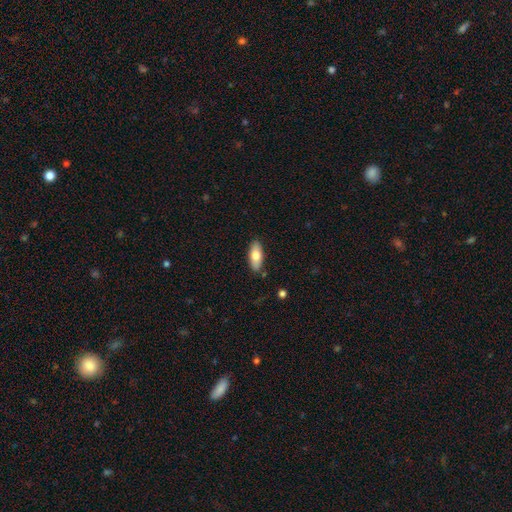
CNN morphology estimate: Smooth or featured: smooth — 74% (featured or disk — 20%)
How rounded: in between — 82% (cigar-shaped — 16%)
Merging: none — 86% (minor disturbance — 10%)